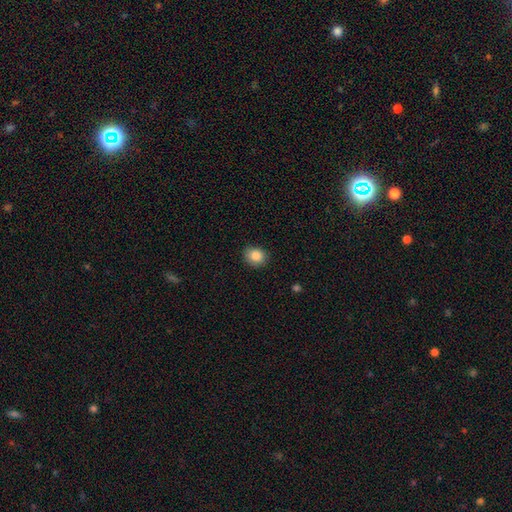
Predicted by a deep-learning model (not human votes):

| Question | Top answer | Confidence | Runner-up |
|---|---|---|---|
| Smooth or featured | smooth | 84% | star or artifact (9%) |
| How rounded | round | 66% | in between (33%) |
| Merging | none | 88% | minor disturbance (9%) |